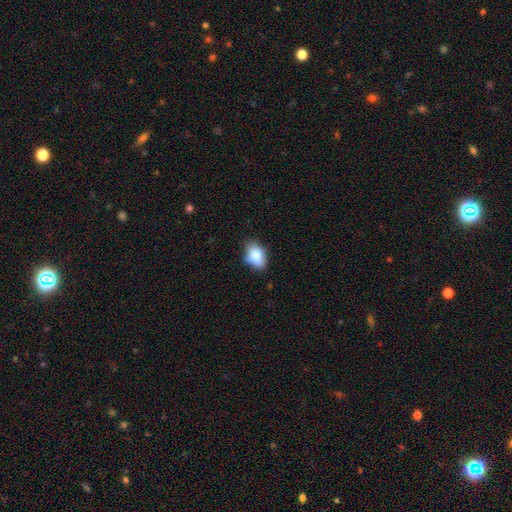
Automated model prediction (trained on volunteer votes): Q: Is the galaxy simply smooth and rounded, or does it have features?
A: smooth — 84%.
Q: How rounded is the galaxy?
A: in between — 88%.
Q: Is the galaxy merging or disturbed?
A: none — 68%.